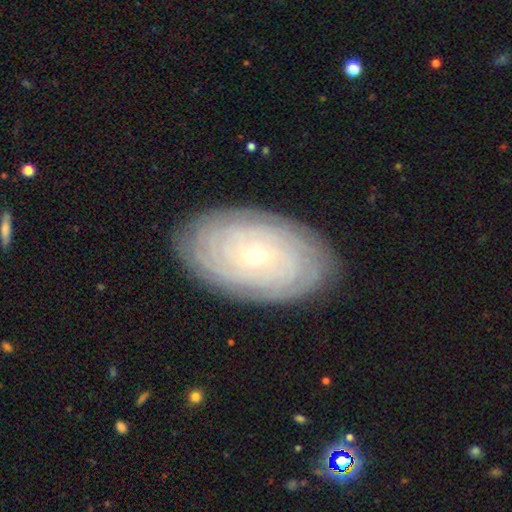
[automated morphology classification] Smooth or featured: featured or disk — 83% (smooth — 11%)
Edge-on disk: no — 96% (yes — 4%)
Bar: no — 73% (weak — 20%)
Spiral arms: yes — 96% (no — 4%)
Spiral winding: tight — 90% (medium — 8%)
Spiral arm count: can't tell — 38% (more than 4 — 20%)
Bulge size: small — 79% (moderate — 18%)
Merging: none — 85% (minor disturbance — 11%)